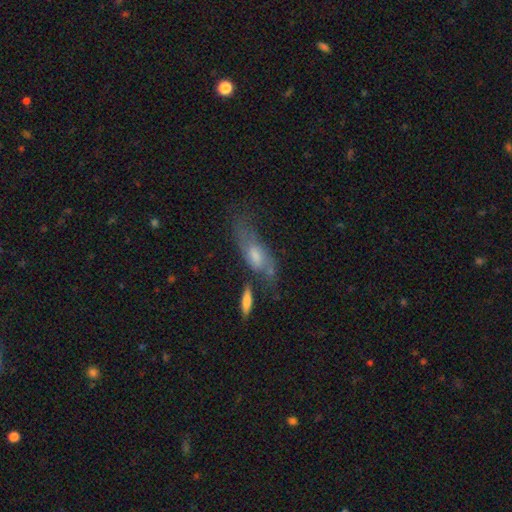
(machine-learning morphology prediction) Smooth or featured: featured or disk — 50% (smooth — 41%)
Edge-on disk: no — 74% (yes — 26%)
Merging: none — 42% (minor disturbance — 22%)